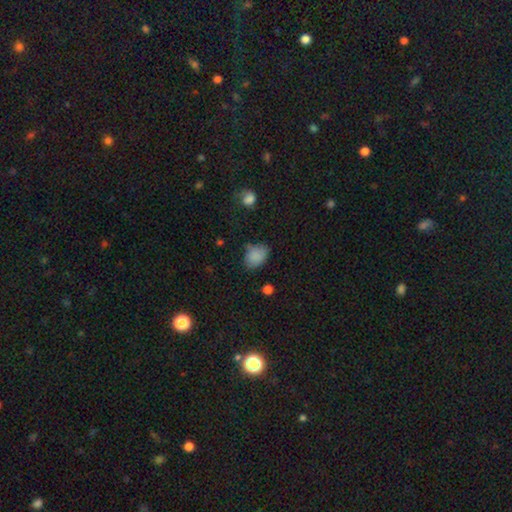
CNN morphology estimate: Smooth or featured? Predicted: smooth (p=0.84). How rounded? Predicted: in between (p=0.68). Merging? Predicted: none (p=0.60).